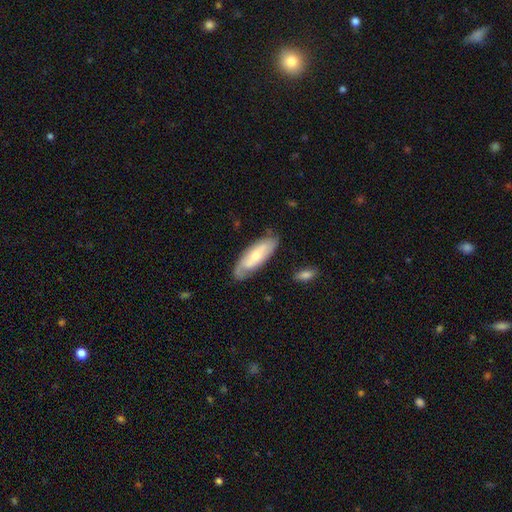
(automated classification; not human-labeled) Overall: featured or disk (48%; smooth 46%). Merging: none (69%).